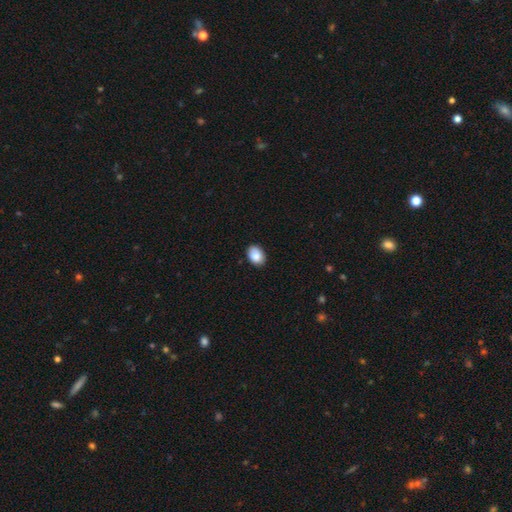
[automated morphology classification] The model was most divided on "how rounded": in between: 82%, round: 17%, cigar-shaped: 1%. More confident: smooth or featured — smooth (87%); merging — none (86%).